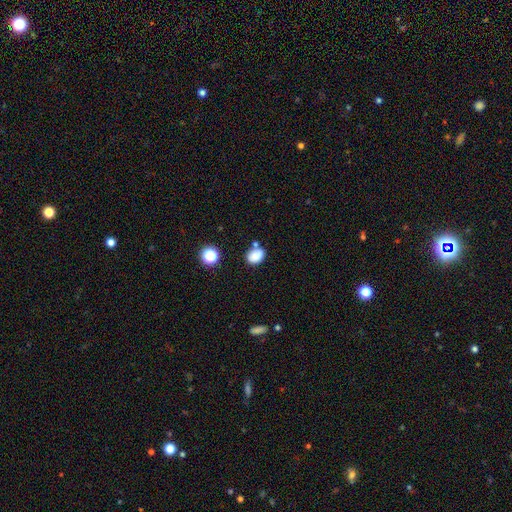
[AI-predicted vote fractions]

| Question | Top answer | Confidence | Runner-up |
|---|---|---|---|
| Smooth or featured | smooth | 83% | star or artifact (11%) |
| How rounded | in between | 68% | round (31%) |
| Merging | none | 67% | minor disturbance (17%) |